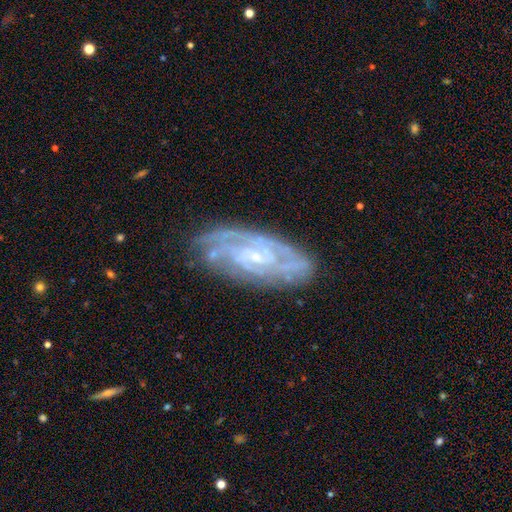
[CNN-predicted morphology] A featured or disk galaxy (85%) with no bar (53%), tight (69%) spiral arms (96%) and a small central bulge (77%). Merging: none (75%).